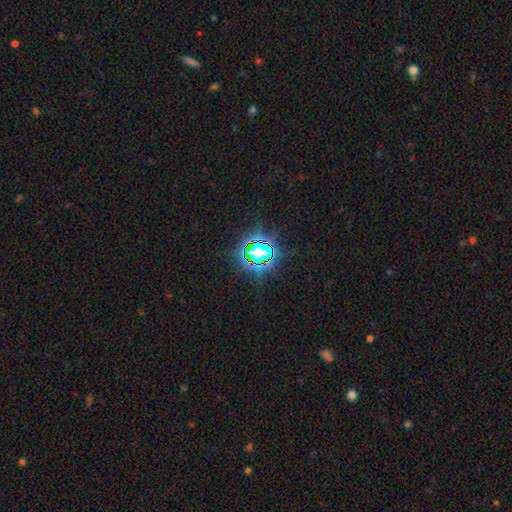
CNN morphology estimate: type=star or artifact (82%).